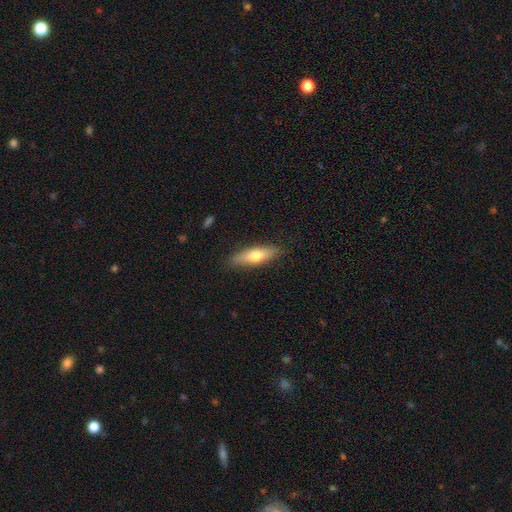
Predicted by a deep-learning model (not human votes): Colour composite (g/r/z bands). It shows a smooth galaxy with no disk features (65%) that is cigar-shaped (56%). Merging: none (86%).